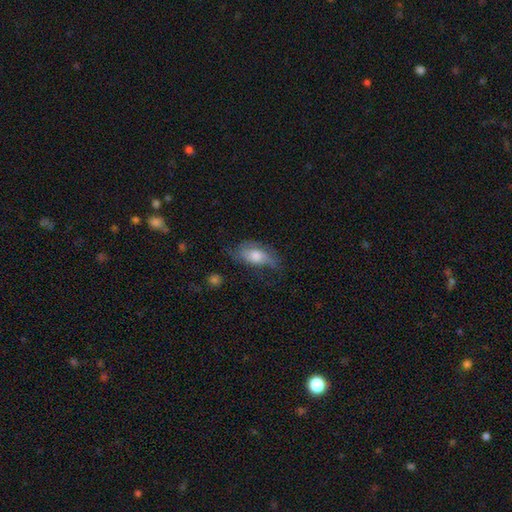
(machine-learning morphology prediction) Overall: featured or disk (49%; smooth 42%). Merging: none (48%; minor disturbance 27%).